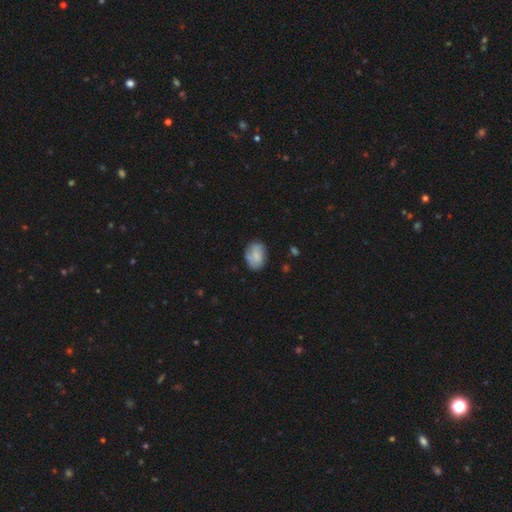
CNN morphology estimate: Overall: smooth (74%). How rounded: in between (72%). Merging: none (74%).